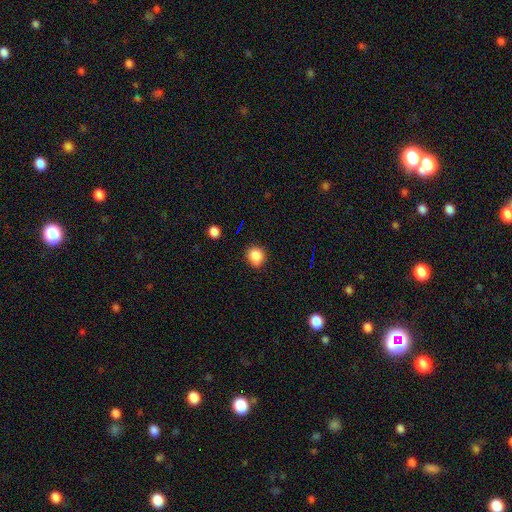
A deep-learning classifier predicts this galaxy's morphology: This is clearly a smooth galaxy (86%). How rounded: clearly round (83%). Merging: clearly none (82%).